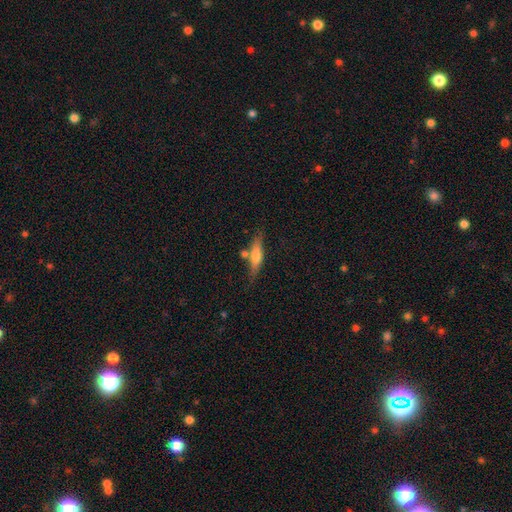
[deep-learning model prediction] smooth_or_featured: smooth (p=0.55) [alt: featured or disk p=0.38]
how_rounded: cigar-shaped (p=0.69) [alt: in between p=0.28]
merging: none (p=0.65) [alt: minor disturbance p=0.17]